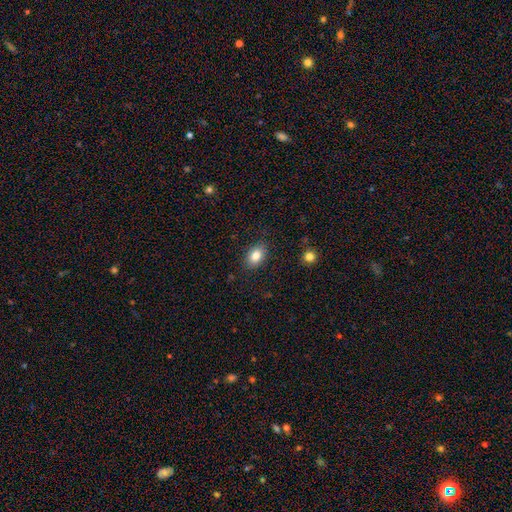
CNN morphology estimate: smooth_or_featured: smooth (p=0.83) [alt: featured or disk p=0.09]
how_rounded: in between (p=0.83) [alt: round p=0.16]
merging: none (p=0.85) [alt: minor disturbance p=0.11]